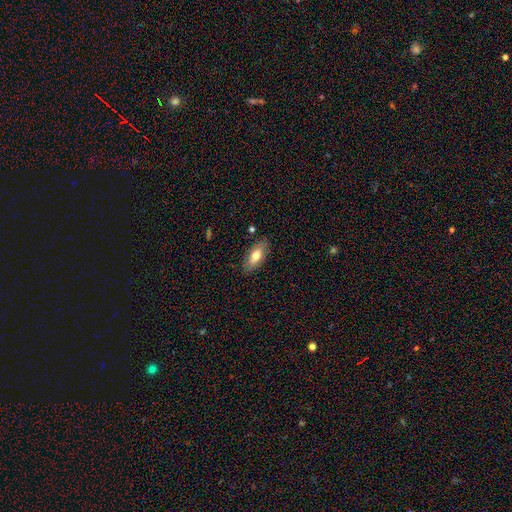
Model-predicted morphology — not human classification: smooth 72%, featured or disk 21%, star or artifact 7%. Down the decision tree: how rounded — in between (83%); merging — none (85%).